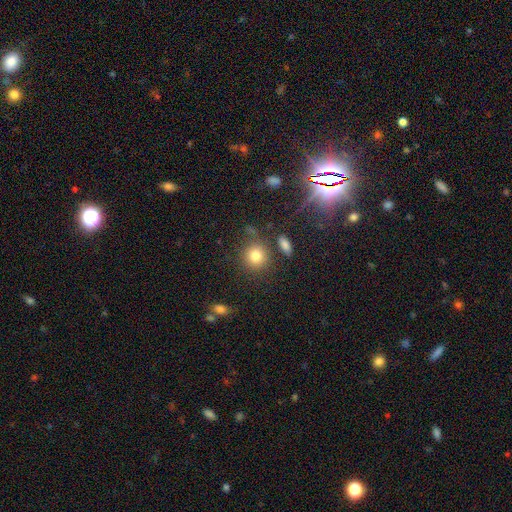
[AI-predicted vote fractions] Smooth or featured: smooth — 79% (star or artifact — 12%)
How rounded: round — 85% (in between — 14%)
Merging: none — 74% (minor disturbance — 13%)